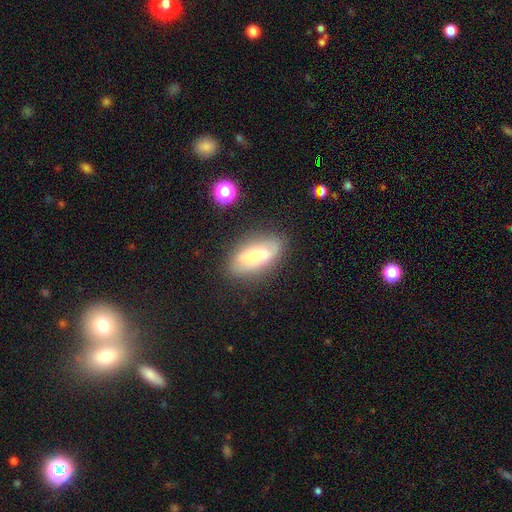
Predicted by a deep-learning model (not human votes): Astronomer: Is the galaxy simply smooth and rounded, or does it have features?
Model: smooth — 58%.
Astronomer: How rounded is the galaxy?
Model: in between — 74%.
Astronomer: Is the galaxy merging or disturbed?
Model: none — 73%.